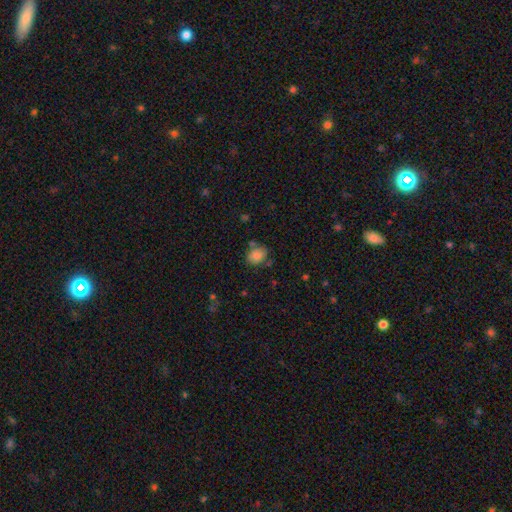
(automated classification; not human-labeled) smooth 82%, star or artifact 9%, featured or disk 8%. Down the decision tree: how rounded — in between (55%); merging — none (68%).